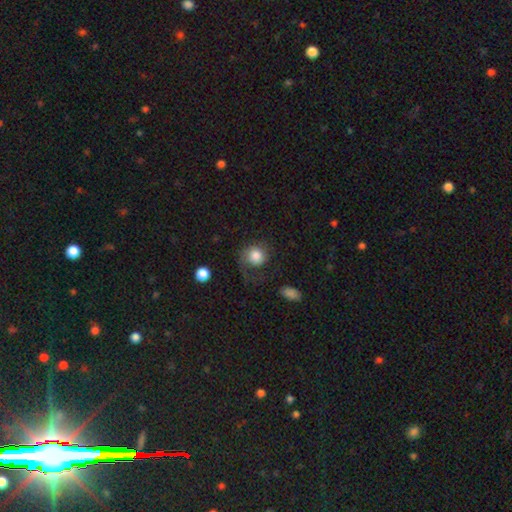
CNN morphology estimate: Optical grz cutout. It shows a smooth galaxy with no disk features (73%) that is round (80%). Merging: none (43%).